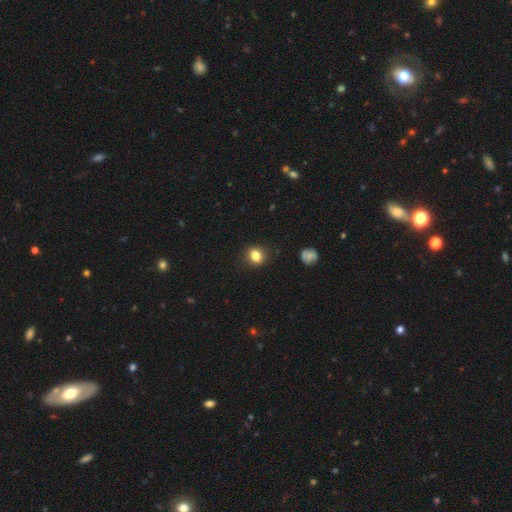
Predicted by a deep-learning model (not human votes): Q: Smooth or featured?
A: smooth (81%); runner-up: star or artifact (11%)
Q: How rounded?
A: round (64%); runner-up: in between (35%)
Q: Merging?
A: none (88%); runner-up: minor disturbance (9%)